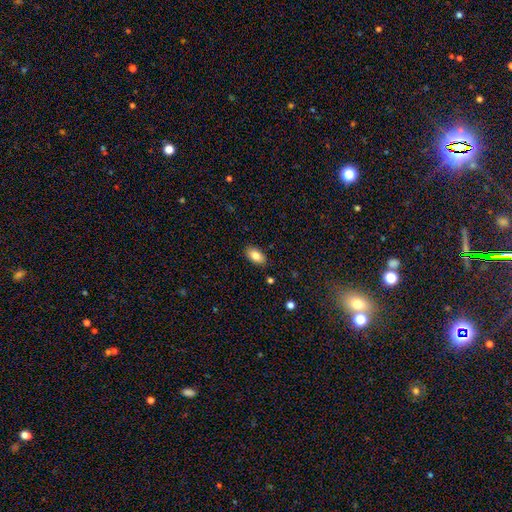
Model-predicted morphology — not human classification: Q: Smooth or featured?
A: smooth (85%); runner-up: featured or disk (8%)
Q: How rounded?
A: in between (93%); runner-up: round (5%)
Q: Merging?
A: none (86%); runner-up: minor disturbance (10%)